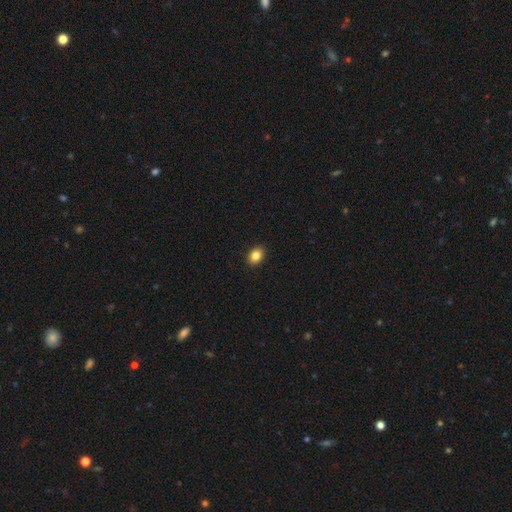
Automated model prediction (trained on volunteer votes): smooth_or_featured: smooth (p=0.85) [alt: star or artifact p=0.09]
how_rounded: in between (p=0.67) [alt: round p=0.32]
merging: none (p=0.91) [alt: minor disturbance p=0.06]